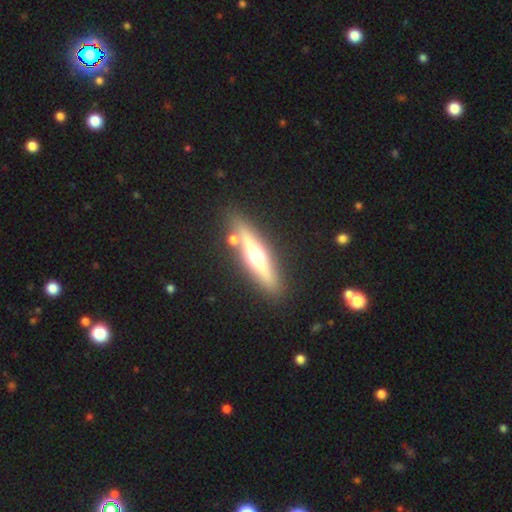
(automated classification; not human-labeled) featured or disk 66%, smooth 26%, star or artifact 7%. Down the decision tree: edge-on disk — yes (93%); edge-on bulge — rounded (95%); merging — none (84%).